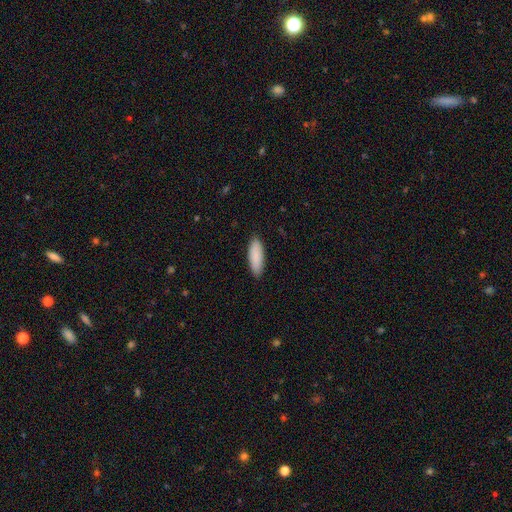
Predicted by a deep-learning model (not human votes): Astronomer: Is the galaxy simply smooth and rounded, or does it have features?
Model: smooth — 90%.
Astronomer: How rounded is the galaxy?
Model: in between — 62%.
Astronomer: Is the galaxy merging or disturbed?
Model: none — 89%.